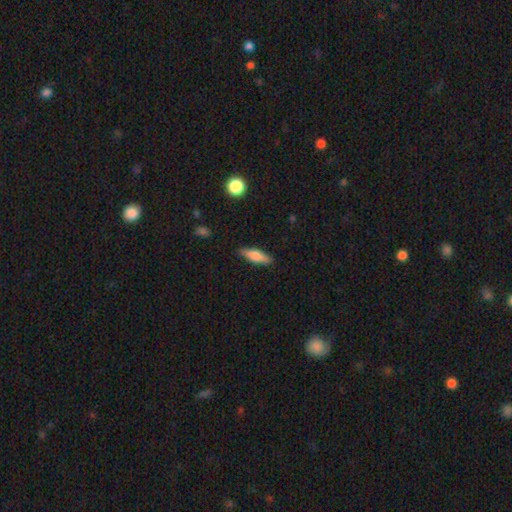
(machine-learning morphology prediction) smooth-or-featured: smooth: 71% | featured or disk: 23% | star or artifact: 6%
  how-rounded: cigar-shaped: 58% | in between: 40% | round: 2%
  merging: none: 86% | minor disturbance: 11% | major disturbance: 2% | merger: 1%